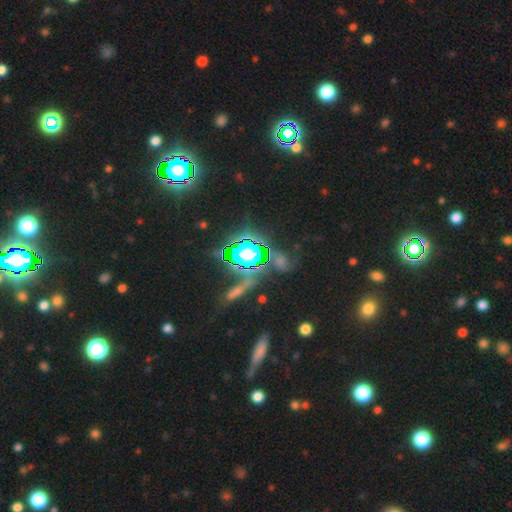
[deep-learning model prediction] smooth-or-featured: star or artifact: 78% | smooth: 12% | featured or disk: 10%